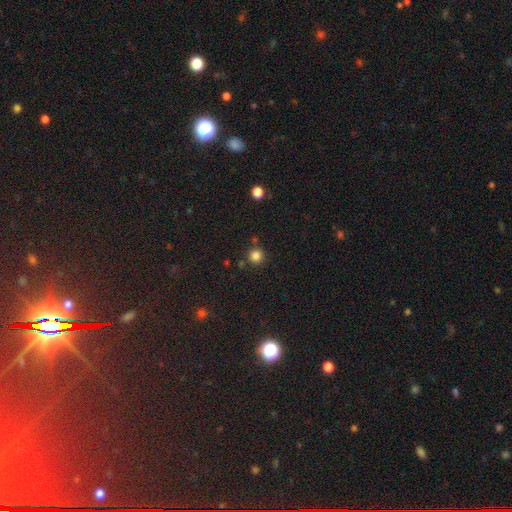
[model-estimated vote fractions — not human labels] This is clearly a smooth galaxy (83%). How rounded: clearly round (94%). Merging: clearly none (83%).